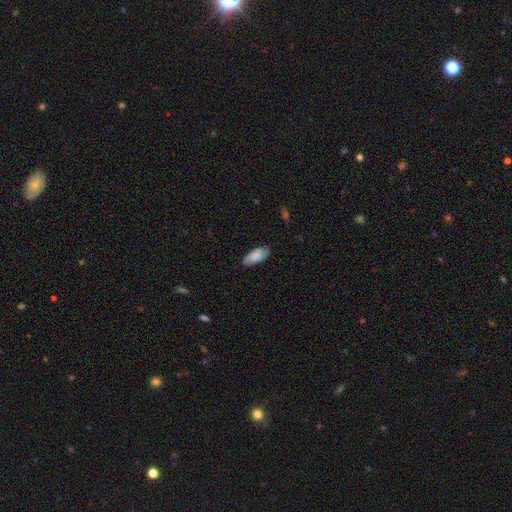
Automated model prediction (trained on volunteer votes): smooth-or-featured: smooth: 85% | featured or disk: 10% | star or artifact: 6%
  how-rounded: in between: 88% | cigar-shaped: 11% | round: 2%
  merging: none: 80% | minor disturbance: 16% | major disturbance: 3% | merger: 1%